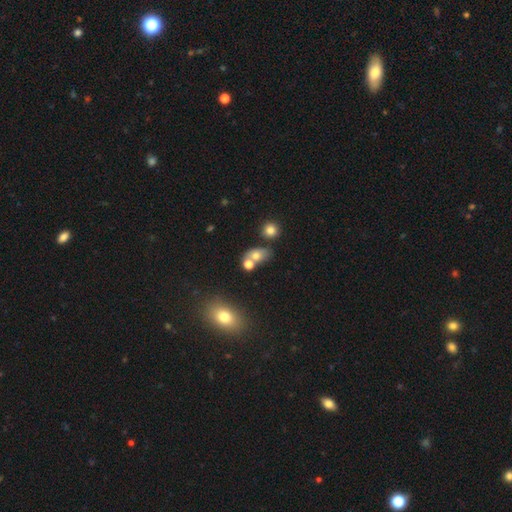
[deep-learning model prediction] Overall: smooth (71%). How rounded: in between (62%; round 36%). Merging: none (45%; merger 39%).